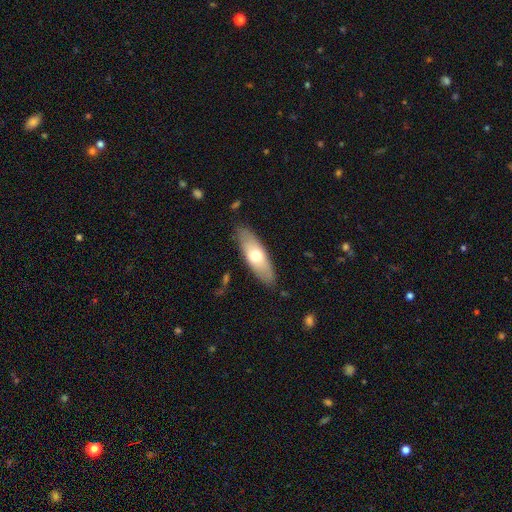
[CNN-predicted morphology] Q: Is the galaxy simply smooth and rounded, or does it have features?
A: smooth — 61%.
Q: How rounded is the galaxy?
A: in between — 64%.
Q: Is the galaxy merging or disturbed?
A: none — 85%.